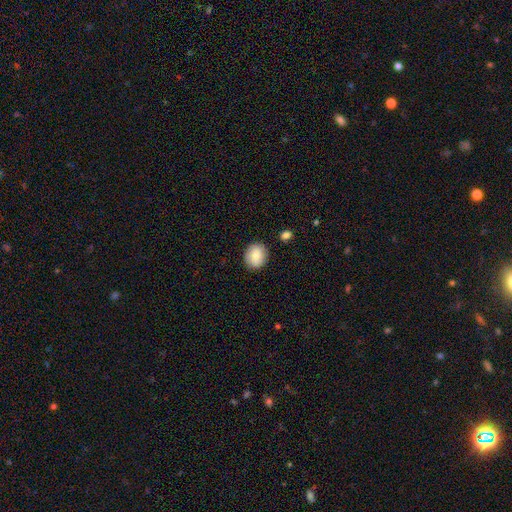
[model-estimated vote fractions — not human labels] This appears to be a smooth galaxy with no disk features (79%) that is round (68%). Merging: none (85%).